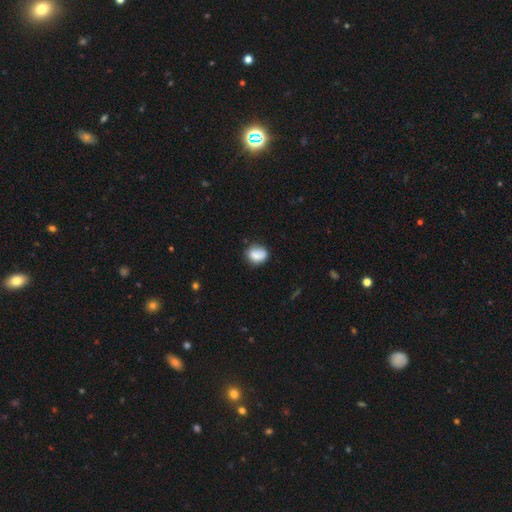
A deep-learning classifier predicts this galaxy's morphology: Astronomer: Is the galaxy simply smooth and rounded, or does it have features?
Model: smooth — 78%.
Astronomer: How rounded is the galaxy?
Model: round — 58% (runner-up: in between, 41%).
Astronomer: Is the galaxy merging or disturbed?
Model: none — 61%.